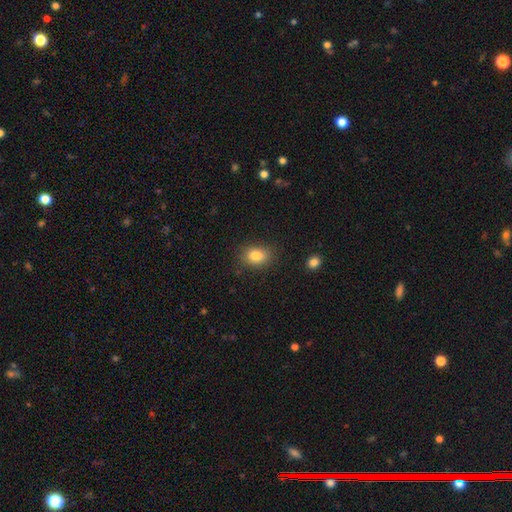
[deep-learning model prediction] Overall: smooth (83%). How rounded: in between (66%; round 33%). Merging: none (83%).